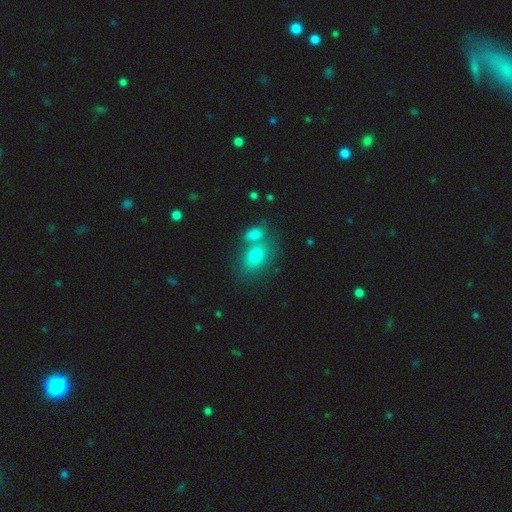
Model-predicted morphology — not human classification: smooth 77%, featured or disk 14%, star or artifact 10%. Down the decision tree: how rounded — in between (74%); merging — none (44%).